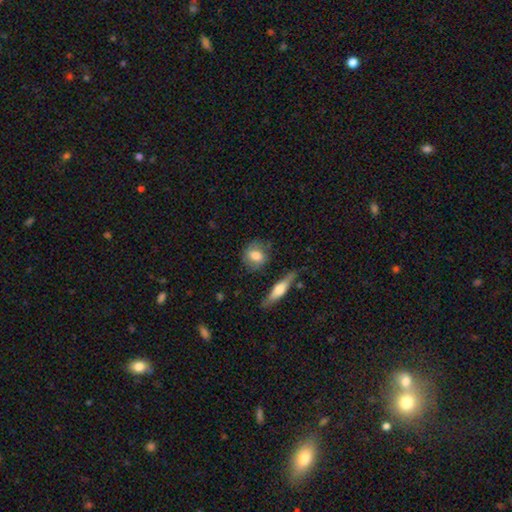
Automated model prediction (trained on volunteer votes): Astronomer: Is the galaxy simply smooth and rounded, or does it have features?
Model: smooth — 74%.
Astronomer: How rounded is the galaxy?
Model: round — 56% (runner-up: in between, 39%).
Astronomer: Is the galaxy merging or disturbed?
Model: none — 72%.